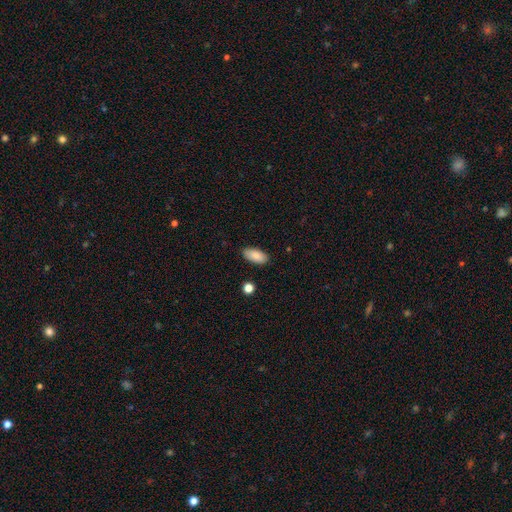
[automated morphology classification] Overall: smooth (87%). How rounded: in between (92%). Merging: none (88%).